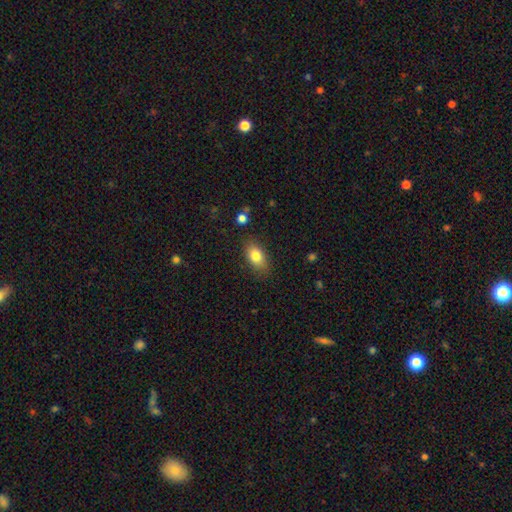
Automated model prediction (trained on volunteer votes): smooth_or_featured: smooth (p=0.81) [alt: featured or disk p=0.11]
how_rounded: in between (p=0.88) [alt: round p=0.09]
merging: none (p=0.83) [alt: minor disturbance p=0.12]